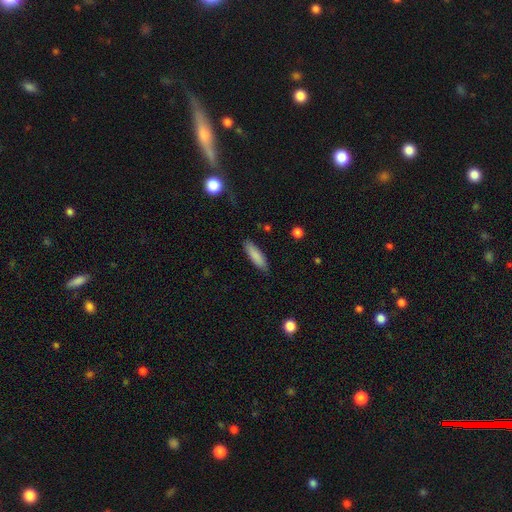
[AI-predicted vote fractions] Overall: smooth (86%). How rounded: cigar-shaped (60%; in between 38%). Merging: none (85%).